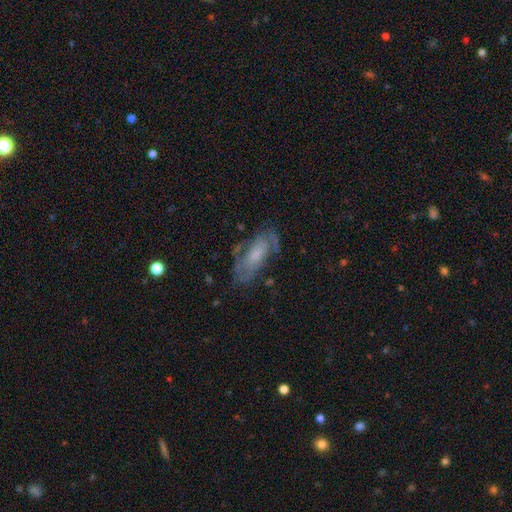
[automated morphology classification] This is likely a featured or disk galaxy (70%). It is clearly not viewed edge-on (89%). Bar: likely no (61%). Spiral arm pattern: clearly yes (82%). Spiral arm count: possibly 2 (55%). Spiral winding: marginally medium (43%). Central bulge: marginally small (38%). Merging: likely none (67%).